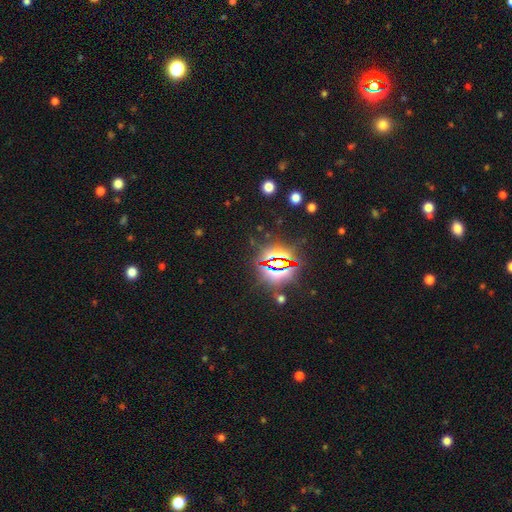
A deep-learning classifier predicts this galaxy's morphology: Smooth or featured?
  - star or artifact: 84% *
  - smooth: 10%
  - featured or disk: 6%